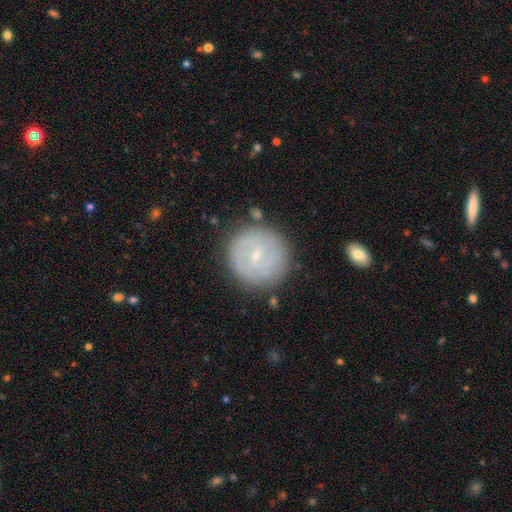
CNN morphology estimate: This is possibly a featured or disk galaxy (60%). It is clearly not viewed edge-on (97%). Bar: possibly weak (47%). Spiral arm pattern: likely yes (75%). Central bulge: clearly small (81%). Merging: clearly none (83%).